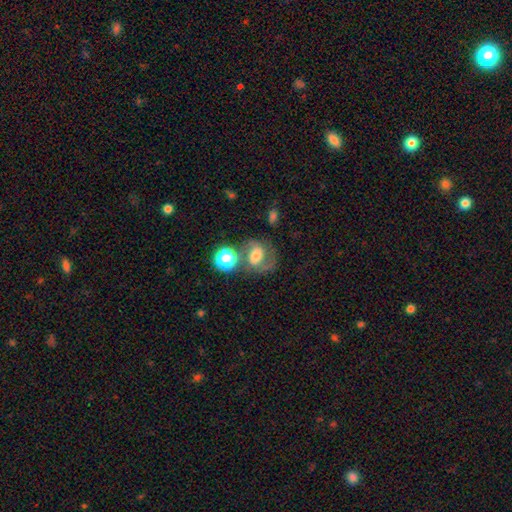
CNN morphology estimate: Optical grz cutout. It shows a featured or disk galaxy (50%). Merging: none (49%).